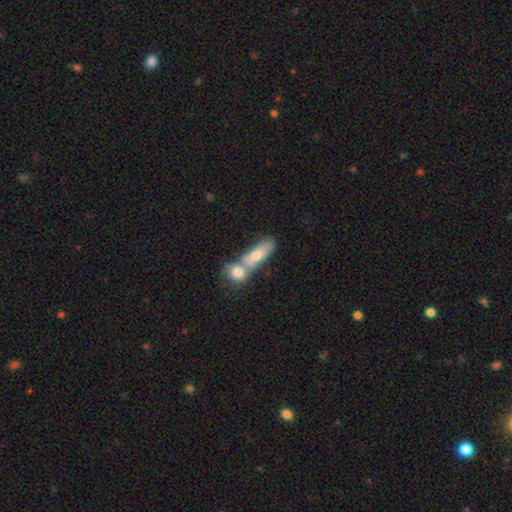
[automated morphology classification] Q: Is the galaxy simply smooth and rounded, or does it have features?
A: smooth — 52%.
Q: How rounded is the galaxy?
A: in between — 50%.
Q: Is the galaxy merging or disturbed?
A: merger — 56%.